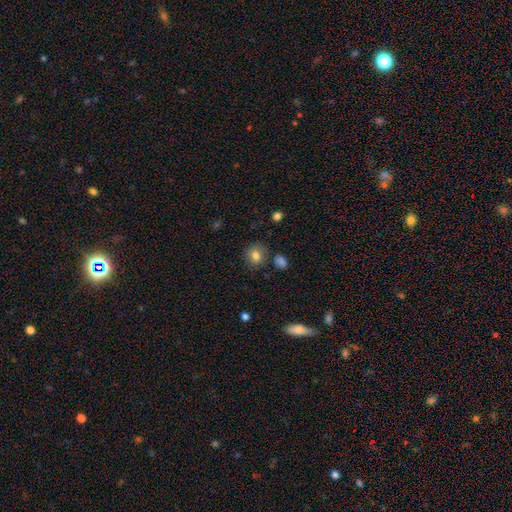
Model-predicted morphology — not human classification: Smooth or featured?
  - smooth: 80% *
  - star or artifact: 11%
  - featured or disk: 10%
How rounded?
  - round: 72% *
  - in between: 27%
  - cigar-shaped: 1%
Merging?
  - none: 77% *
  - minor disturbance: 15%
  - merger: 5%
  - major disturbance: 4%